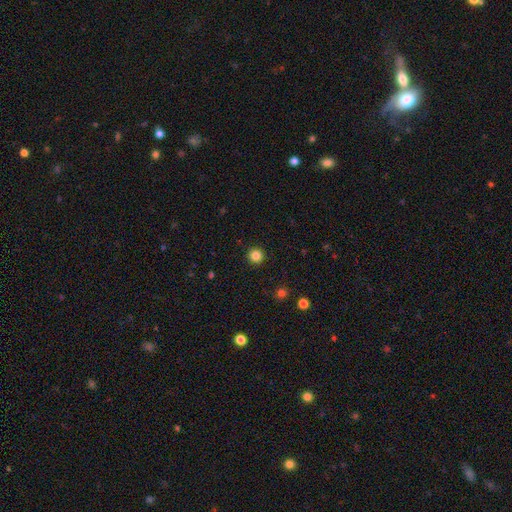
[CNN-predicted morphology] Smooth or featured? Predicted: smooth (p=0.84). How rounded? Predicted: round (p=0.96). Merging? Predicted: none (p=0.93).